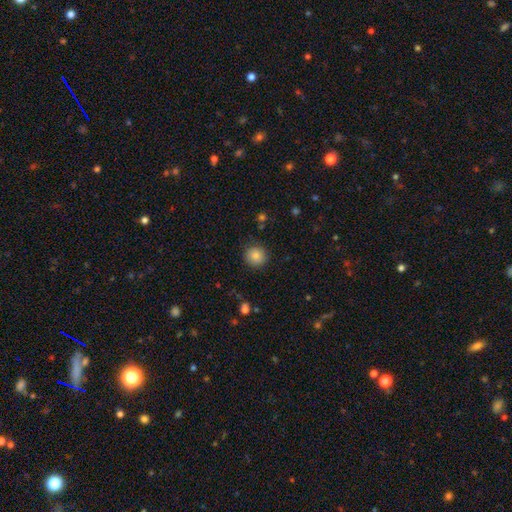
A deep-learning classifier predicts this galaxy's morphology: smooth-or-featured: smooth: 83% | star or artifact: 10% | featured or disk: 6%
  how-rounded: round: 92% | in between: 7% | cigar-shaped: 1%
  merging: none: 88% | minor disturbance: 8% | major disturbance: 3% | merger: 1%